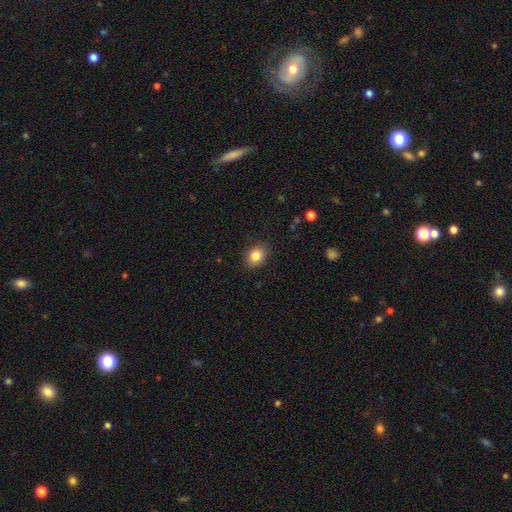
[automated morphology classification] Q: Smooth or featured?
A: smooth (84%); runner-up: star or artifact (9%)
Q: How rounded?
A: in between (52%); runner-up: round (48%)
Q: Merging?
A: none (87%); runner-up: minor disturbance (10%)